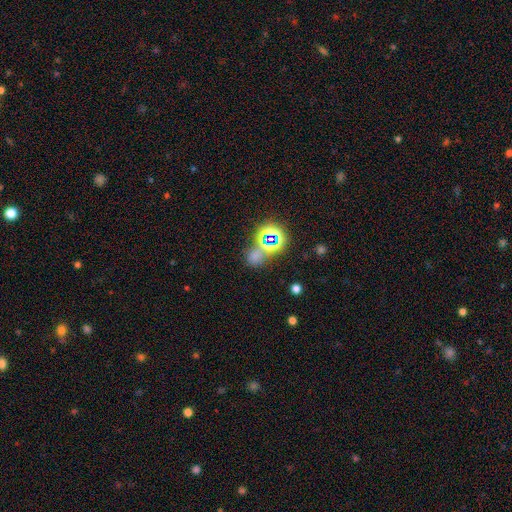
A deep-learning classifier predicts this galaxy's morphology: smooth_or_featured: star or artifact (p=0.51) [alt: smooth p=0.41]